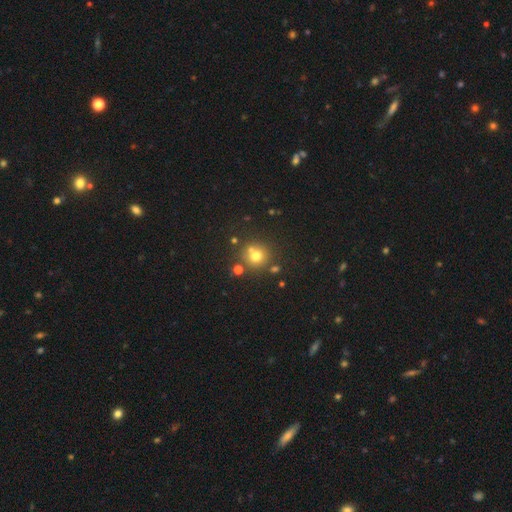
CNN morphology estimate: Smooth or featured? Predicted: smooth (p=0.69). How rounded? Predicted: round (p=0.90). Merging? Predicted: none (p=0.67).